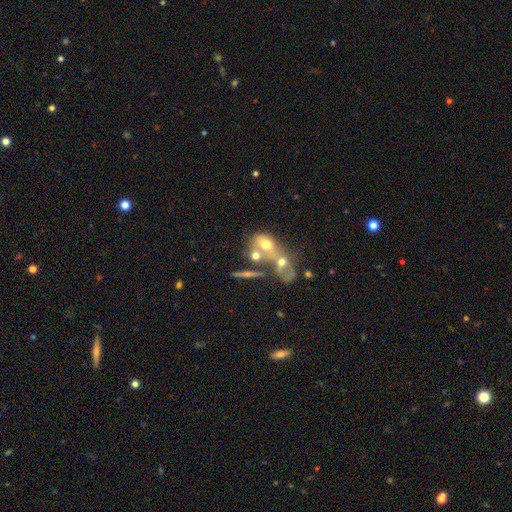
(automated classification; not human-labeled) Overall: smooth (45%; featured or disk 43%). Merging: merger (61%).